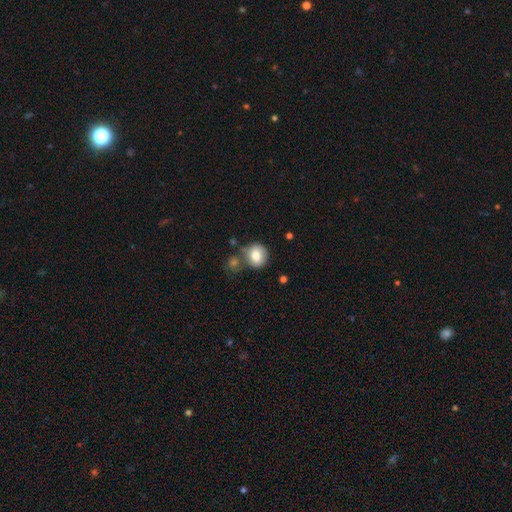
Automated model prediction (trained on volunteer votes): A smooth galaxy with no disk features (79%) that is round (71%). Merging: none (59%).